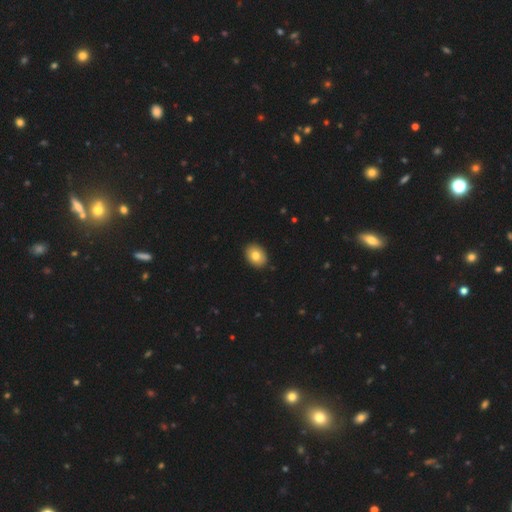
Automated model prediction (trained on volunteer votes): A smooth galaxy with no disk features (80%) that is in between round and cigar-shaped (65%).

Vote fractions:
- Smooth or featured? smooth: 80% / featured or disk: 12% / star or artifact: 8%
- How rounded? in between: 65% / round: 34% / cigar-shaped: 1%
- Merging? none: 91% / minor disturbance: 7% / major disturbance: 2% / merger: 1%